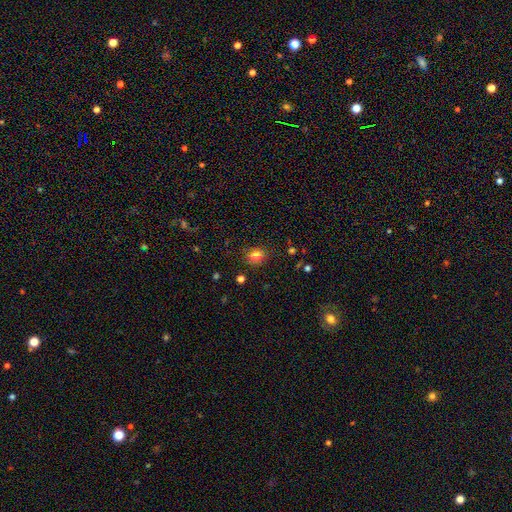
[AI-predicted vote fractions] This appears to be a smooth galaxy with no disk features (81%) that is round (70%). Merging: none (84%).